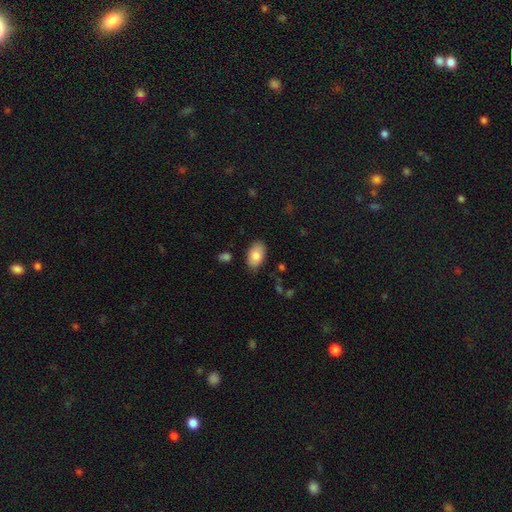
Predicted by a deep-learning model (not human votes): A smooth galaxy with no disk features (82%) that is in between round and cigar-shaped (94%). Merging: none (83%).